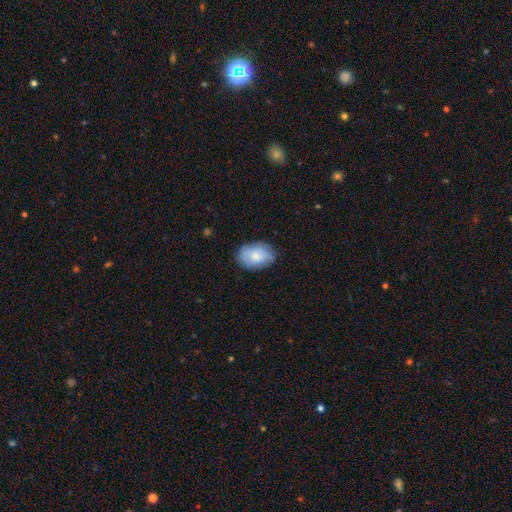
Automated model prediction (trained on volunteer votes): The model was most divided on "smooth or featured": smooth: 76%, featured or disk: 17%, star or artifact: 6%. More confident: how rounded — in between (85%); merging — none (80%).